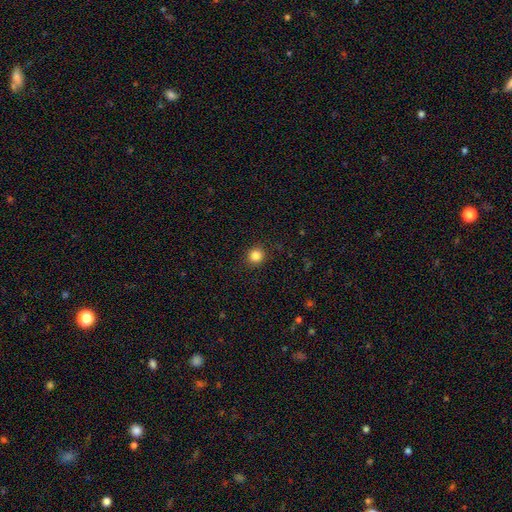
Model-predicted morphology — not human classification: The model was most divided on "smooth or featured": smooth: 84%, star or artifact: 12%, featured or disk: 5%. More confident: how rounded — round (93%); merging — none (91%).